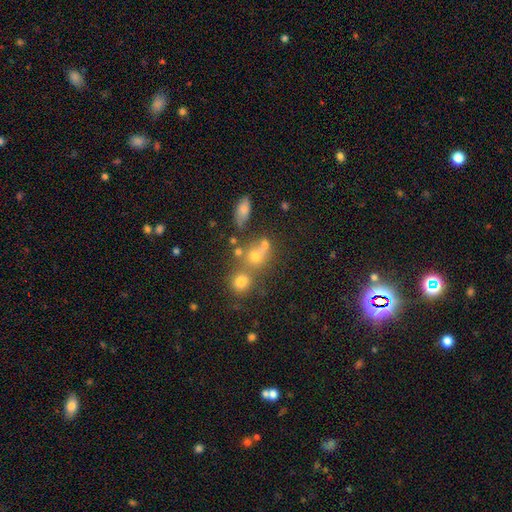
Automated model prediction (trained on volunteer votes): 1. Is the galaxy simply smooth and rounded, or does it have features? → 63% smooth, 20% star or artifact, 17% featured or disk.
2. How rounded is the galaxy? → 66% round, 31% in between, 2% cigar-shaped.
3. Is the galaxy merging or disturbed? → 44% merger, 38% none, 11% minor disturbance, 7% major disturbance.